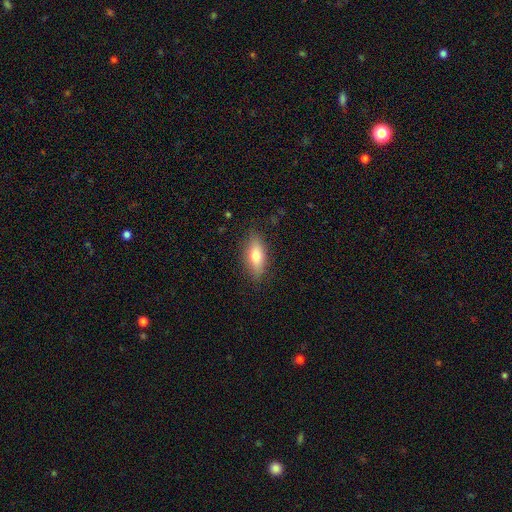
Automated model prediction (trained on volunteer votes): smooth 73%, featured or disk 20%, star or artifact 7%. Down the decision tree: how rounded — in between (75%); merging — none (84%).